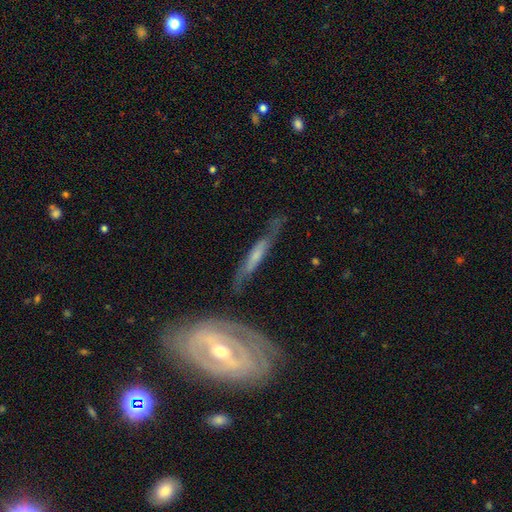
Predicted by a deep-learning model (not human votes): The model was most divided on "edge-on disk": yes: 62%, no: 38%. More confident: merging — none (65%); smooth or featured — featured or disk (65%).